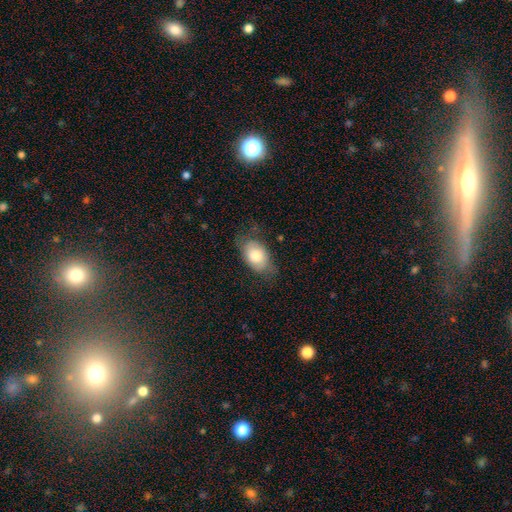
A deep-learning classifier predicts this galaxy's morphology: A smooth galaxy with no disk features (74%) that is in between round and cigar-shaped (89%). Merging: none (63%).